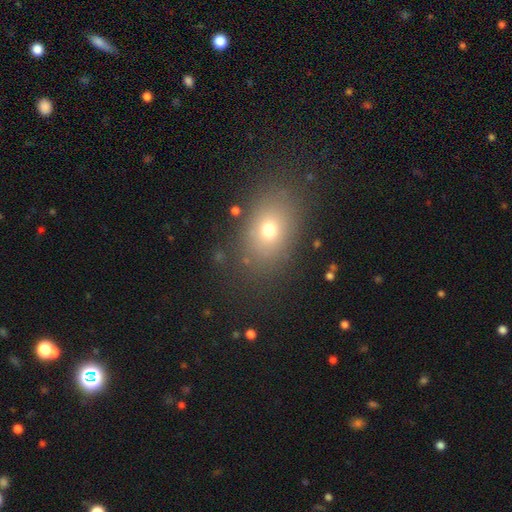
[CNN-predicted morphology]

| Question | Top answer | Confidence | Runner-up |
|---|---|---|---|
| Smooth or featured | smooth | 67% | star or artifact (21%) |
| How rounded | in between | 65% | round (33%) |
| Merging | none | 85% | minor disturbance (9%) |